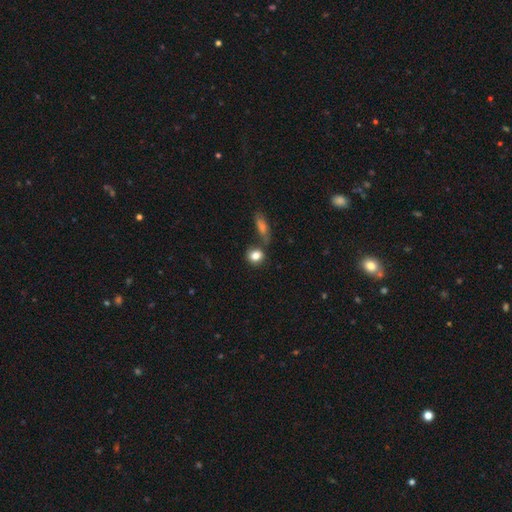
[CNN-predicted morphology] Q: Smooth or featured?
A: smooth (83%); runner-up: star or artifact (9%)
Q: How rounded?
A: round (65%); runner-up: in between (32%)
Q: Merging?
A: none (61%); runner-up: merger (20%)